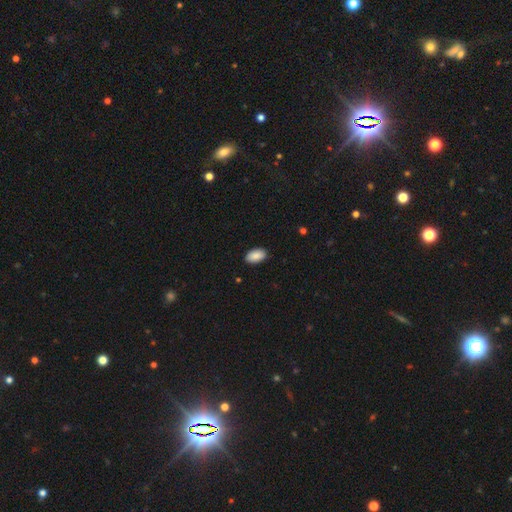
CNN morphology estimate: A smooth galaxy with no disk features (89%) that is in between round and cigar-shaped (95%).

Vote fractions:
- Smooth or featured? smooth: 89% / star or artifact: 7% / featured or disk: 4%
- How rounded? in between: 95% / round: 4% / cigar-shaped: 2%
- Merging? none: 89% / minor disturbance: 8% / major disturbance: 2% / merger: 1%